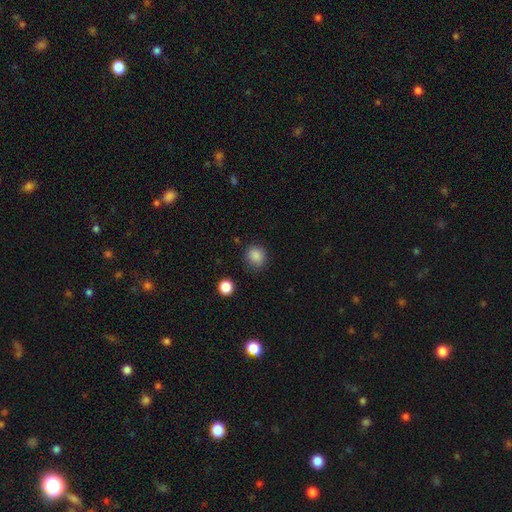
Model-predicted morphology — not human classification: A smooth galaxy with no disk features (86%) that is round (84%). Merging: none (84%).